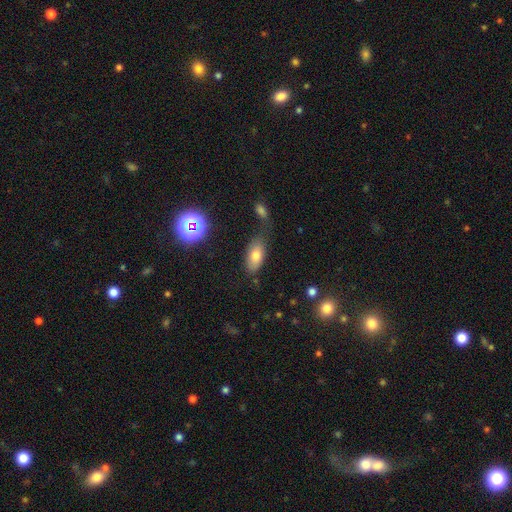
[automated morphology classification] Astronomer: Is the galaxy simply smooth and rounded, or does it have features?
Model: smooth — 74%.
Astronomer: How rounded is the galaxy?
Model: in between — 88%.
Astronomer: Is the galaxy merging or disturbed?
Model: none — 62%.